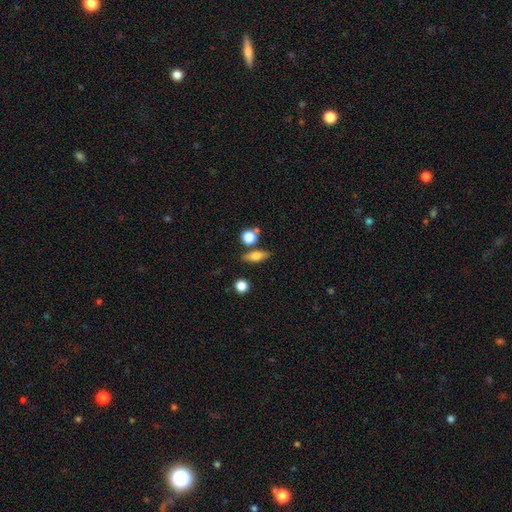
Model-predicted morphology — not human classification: Smooth or featured? Predicted: smooth (p=0.59). How rounded? Predicted: in between (p=0.52). Merging? Predicted: none (p=0.78).